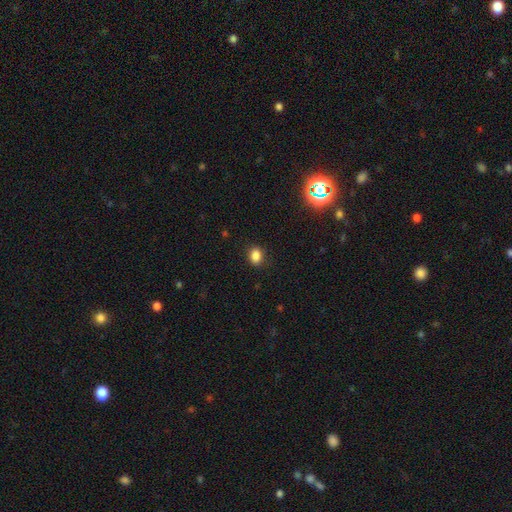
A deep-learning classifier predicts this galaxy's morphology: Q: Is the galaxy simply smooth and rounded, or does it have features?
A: smooth — 85%.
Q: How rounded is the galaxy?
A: in between — 65%.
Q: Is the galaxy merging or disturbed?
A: none — 86%.